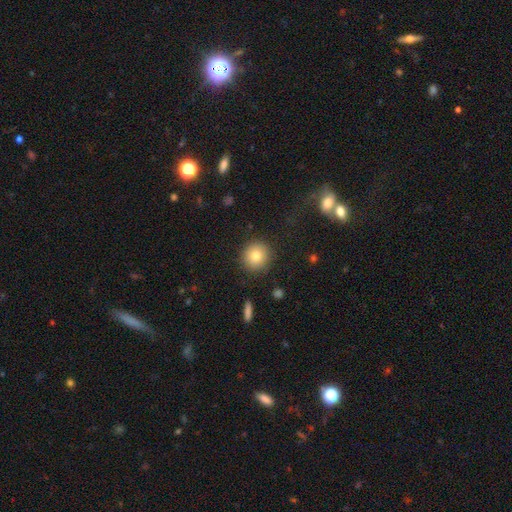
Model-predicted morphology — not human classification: smooth-or-featured: smooth: 80% | featured or disk: 10% | star or artifact: 10%
  how-rounded: round: 91% | in between: 8% | cigar-shaped: 1%
  merging: none: 89% | minor disturbance: 7% | major disturbance: 3% | merger: 1%